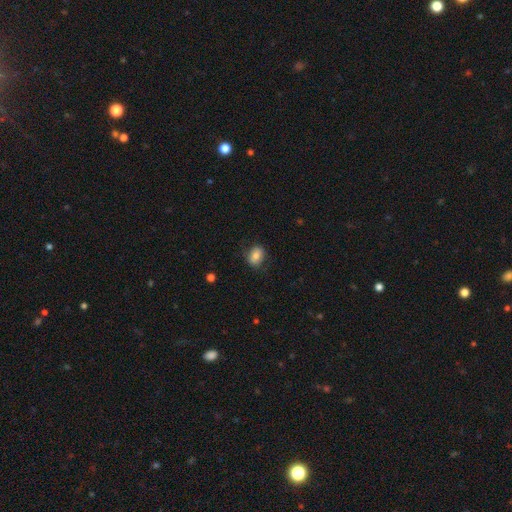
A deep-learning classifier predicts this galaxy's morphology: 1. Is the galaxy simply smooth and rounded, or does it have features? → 80% smooth, 11% featured or disk, 9% star or artifact.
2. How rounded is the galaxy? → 66% in between, 33% round, 1% cigar-shaped.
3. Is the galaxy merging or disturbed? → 79% none, 16% minor disturbance, 5% major disturbance, 1% merger.